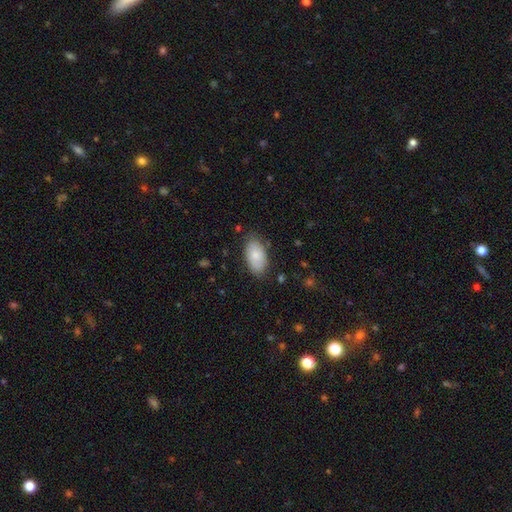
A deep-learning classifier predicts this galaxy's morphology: Q: Smooth or featured?
A: smooth (79%); runner-up: featured or disk (14%)
Q: How rounded?
A: in between (94%); runner-up: round (3%)
Q: Merging?
A: none (77%); runner-up: minor disturbance (17%)